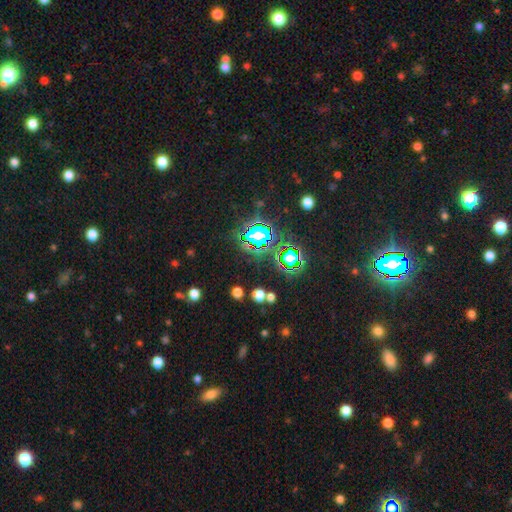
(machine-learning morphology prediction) The model was most divided on "smooth or featured": star or artifact: 79%, smooth: 14%, featured or disk: 8%.